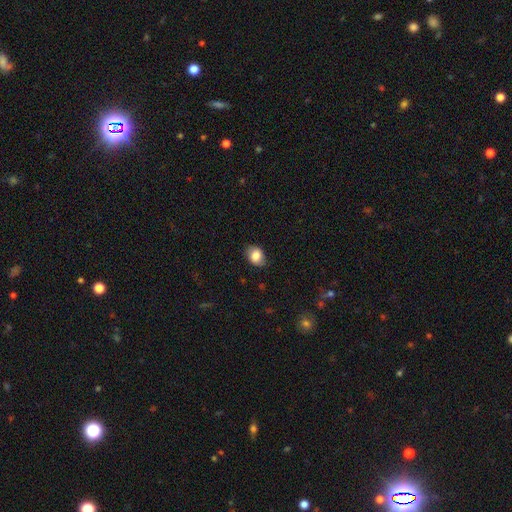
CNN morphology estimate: This appears to be a smooth galaxy with no disk features (80%) that is in between round and cigar-shaped (66%). Merging: none (79%).